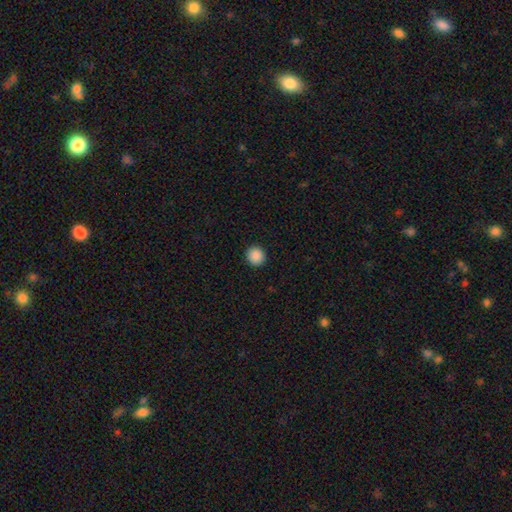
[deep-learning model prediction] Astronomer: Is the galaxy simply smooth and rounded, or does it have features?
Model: smooth — 89%.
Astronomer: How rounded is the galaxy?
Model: round — 92%.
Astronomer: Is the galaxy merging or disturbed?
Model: none — 93%.